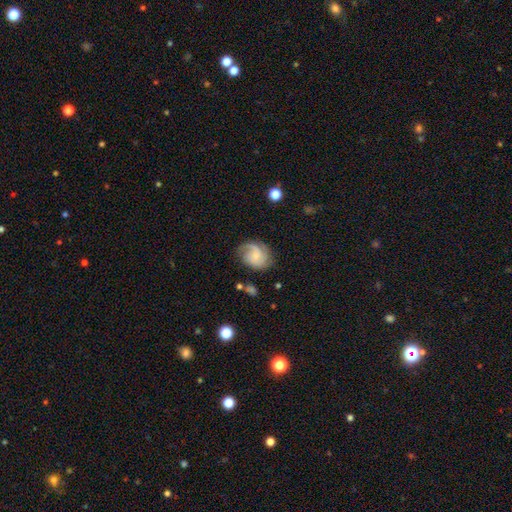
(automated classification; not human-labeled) featured or disk 69%, smooth 24%, star or artifact 7%. Down the decision tree: edge-on disk — no (98%); bar — no (66%); spiral arms — yes (94%); spiral arm count — 2 (37%); spiral winding — medium (43%); bulge size — small (63%); merging — none (68%).